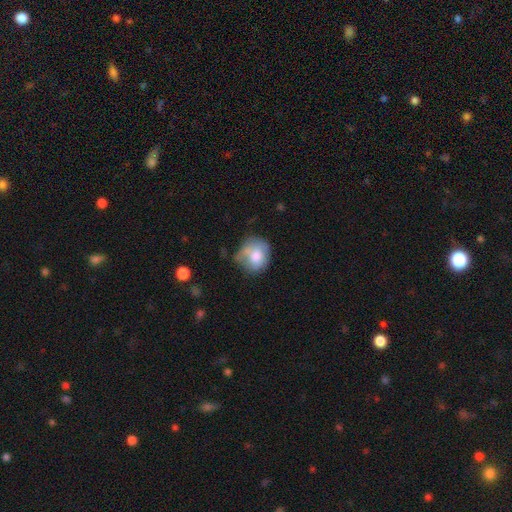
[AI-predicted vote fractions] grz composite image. It shows a smooth galaxy with no disk features (74%) that is round (67%). Merging: none (45%).